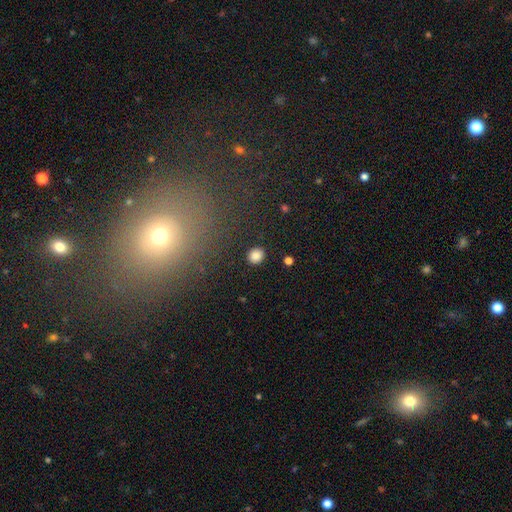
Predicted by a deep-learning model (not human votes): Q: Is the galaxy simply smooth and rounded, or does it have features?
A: smooth — 84%.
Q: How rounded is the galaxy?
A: round — 83%.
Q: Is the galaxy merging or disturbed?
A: none — 90%.